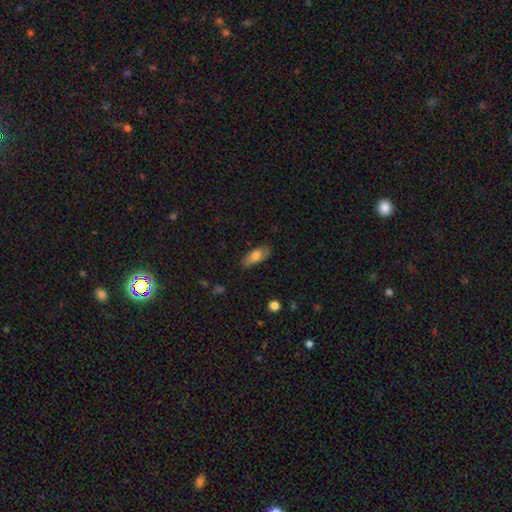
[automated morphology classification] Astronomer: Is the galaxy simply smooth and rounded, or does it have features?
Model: smooth — 77%.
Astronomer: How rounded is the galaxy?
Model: in between — 77%.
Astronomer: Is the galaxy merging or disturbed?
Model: none — 79%.